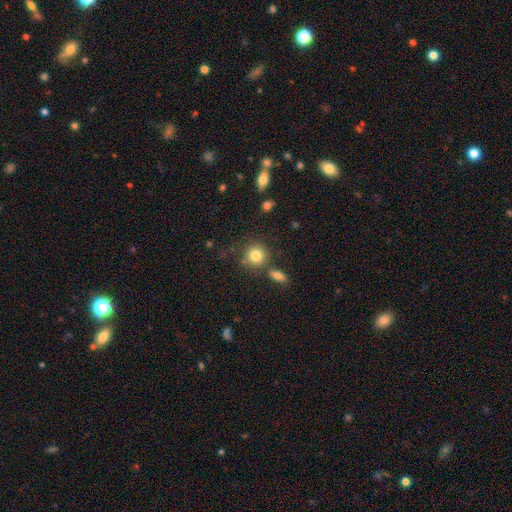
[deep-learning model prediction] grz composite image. It shows a smooth galaxy with no disk features (82%) that is round (87%). Merging: none (70%).